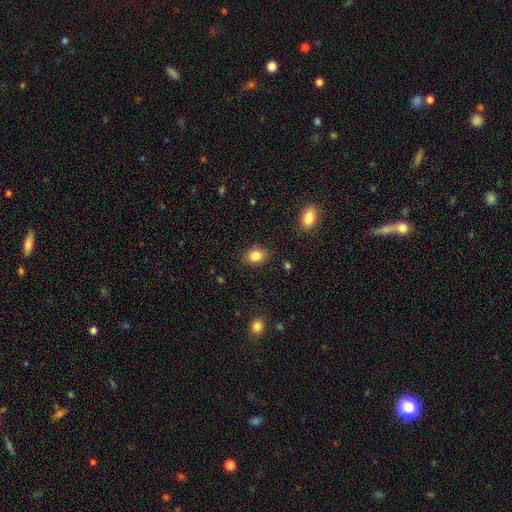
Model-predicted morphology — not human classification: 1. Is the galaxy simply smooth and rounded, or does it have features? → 85% smooth, 10% star or artifact, 6% featured or disk.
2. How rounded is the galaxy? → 60% in between, 39% round, 1% cigar-shaped.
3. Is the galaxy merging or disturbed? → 85% none, 11% minor disturbance, 3% major disturbance, 1% merger.